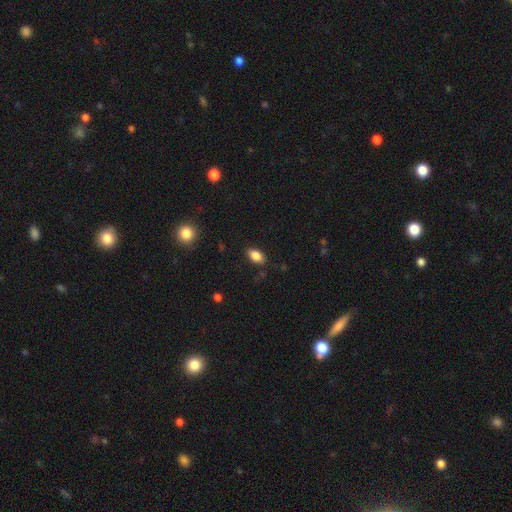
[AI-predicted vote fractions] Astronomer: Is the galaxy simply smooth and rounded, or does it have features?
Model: smooth — 86%.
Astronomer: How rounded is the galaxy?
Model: in between — 90%.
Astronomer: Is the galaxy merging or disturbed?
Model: none — 84%.